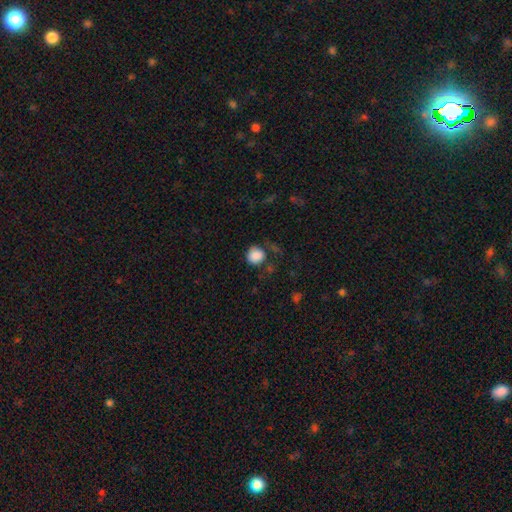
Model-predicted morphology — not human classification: This is clearly a smooth galaxy (87%). How rounded: clearly round (90%). Merging: likely none (64%).